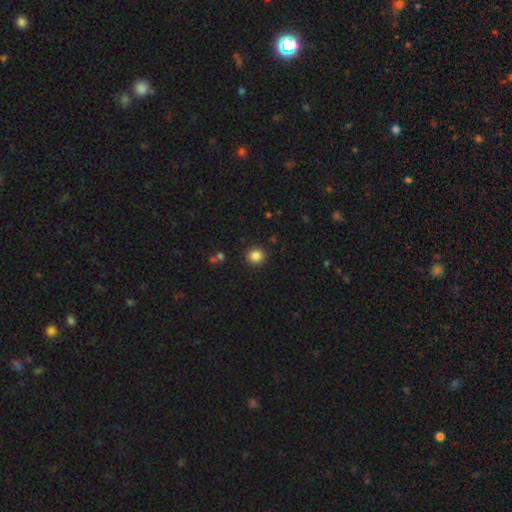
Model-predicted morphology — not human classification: This appears to be a smooth galaxy with no disk features (85%) that is round (88%). Merging: none (90%).